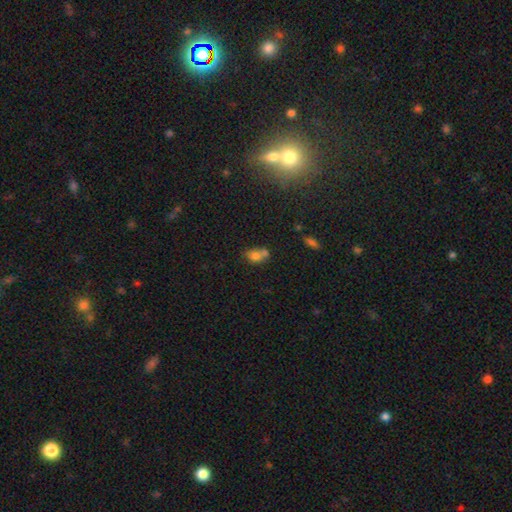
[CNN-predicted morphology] A smooth galaxy with no disk features (72%) that is in between round and cigar-shaped (57%). Merging: merger (52%).